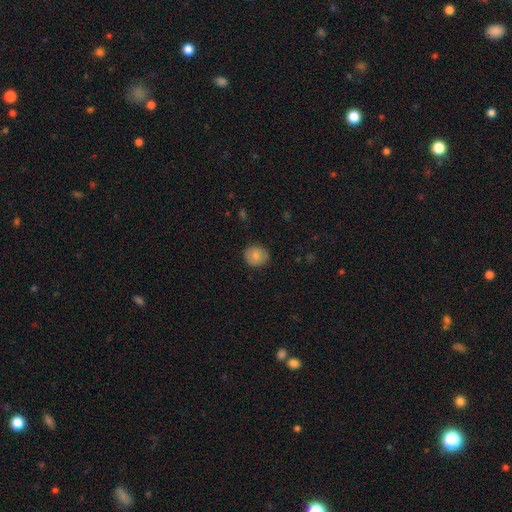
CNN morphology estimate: Q: Smooth or featured?
A: smooth (84%); runner-up: star or artifact (8%)
Q: How rounded?
A: round (82%); runner-up: in between (17%)
Q: Merging?
A: none (84%); runner-up: minor disturbance (12%)